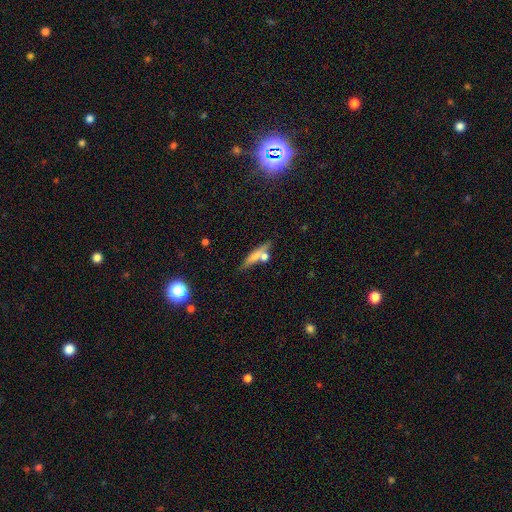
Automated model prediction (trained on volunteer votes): A smooth galaxy with no disk features (58%) that is cigar-shaped (78%). Merging: none (64%).